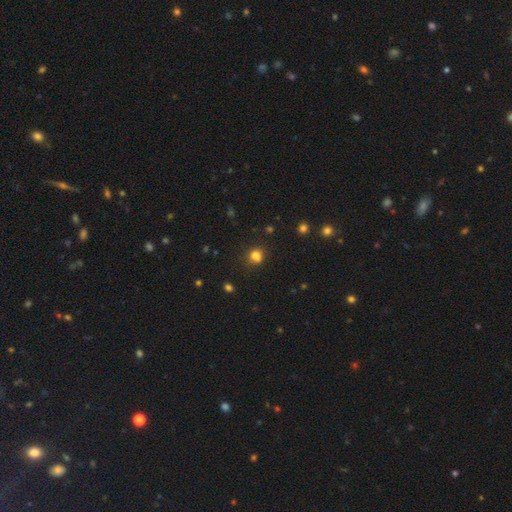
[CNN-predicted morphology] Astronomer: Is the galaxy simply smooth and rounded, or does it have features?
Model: smooth — 75%.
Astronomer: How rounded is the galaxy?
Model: round — 71%.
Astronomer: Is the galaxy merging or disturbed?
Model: none — 56%.